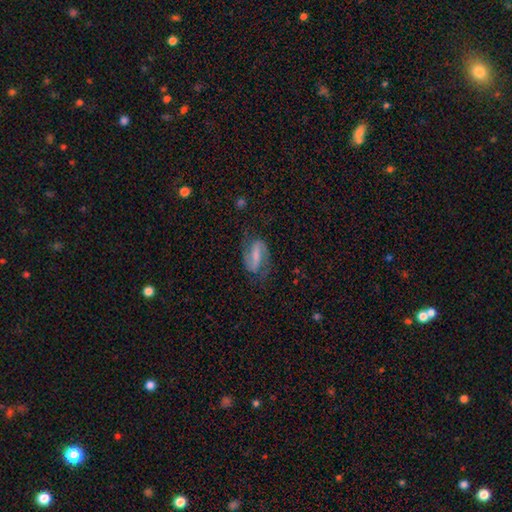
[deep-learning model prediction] smooth_or_featured: featured or disk (p=0.79) [alt: smooth p=0.14]
disk_edge_on: no (p=0.96) [alt: yes p=0.04]
bar: strong (p=0.54) [alt: weak p=0.33]
has_spiral_arms: yes (p=0.94) [alt: no p=0.06]
spiral_winding: medium (p=0.48) [alt: loose p=0.34]
spiral_arm_count: 2 (p=0.91) [alt: can't tell p=0.03]
bulge_size: small (p=0.38) [alt: none p=0.28]
merging: none (p=0.73) [alt: minor disturbance p=0.17]